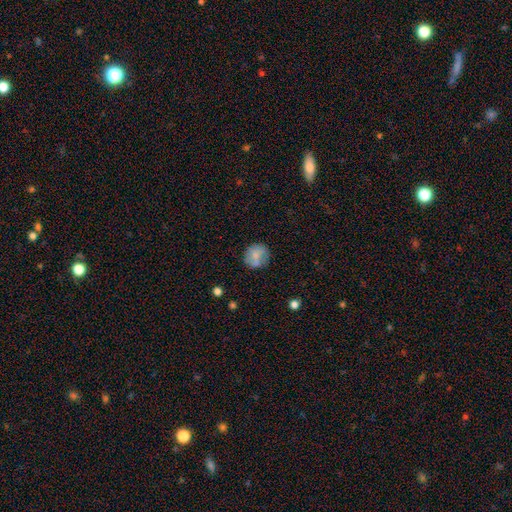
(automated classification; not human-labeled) The model was most divided on "merging": none: 63%, minor disturbance: 20%, merger: 10%, major disturbance: 7%. More confident: how rounded — round (83%); smooth or featured — smooth (71%).